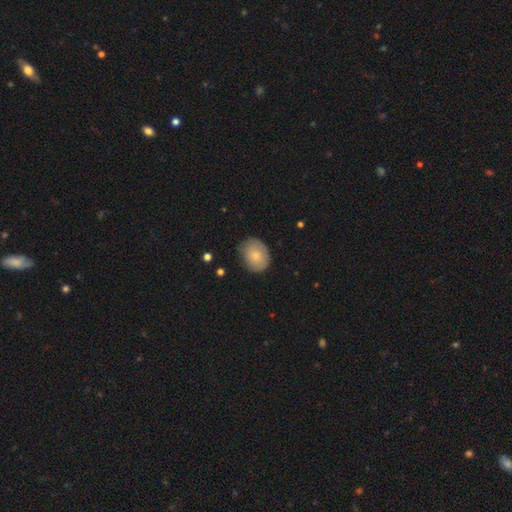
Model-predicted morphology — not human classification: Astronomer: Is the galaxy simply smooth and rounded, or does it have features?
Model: smooth — 75%.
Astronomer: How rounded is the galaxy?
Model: in between — 59% (runner-up: round, 41%).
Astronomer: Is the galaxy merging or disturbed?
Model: none — 68%.